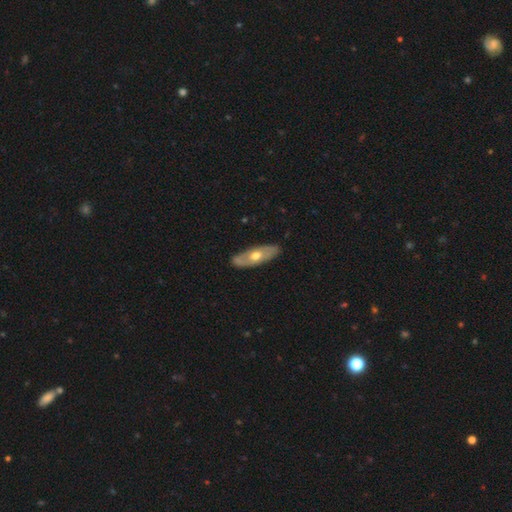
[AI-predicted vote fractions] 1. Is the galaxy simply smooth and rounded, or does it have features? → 56% featured or disk, 39% smooth, 5% star or artifact.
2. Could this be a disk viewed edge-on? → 66% no, 34% yes.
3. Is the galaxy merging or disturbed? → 86% none, 11% minor disturbance, 2% major disturbance, 1% merger.